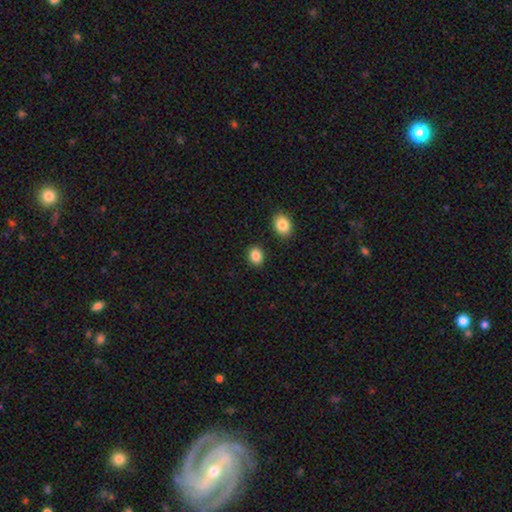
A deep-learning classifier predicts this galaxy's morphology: smooth-or-featured: smooth: 86% | star or artifact: 9% | featured or disk: 4%
  how-rounded: in between: 55% | round: 44% | cigar-shaped: 1%
  merging: none: 87% | minor disturbance: 8% | merger: 3% | major disturbance: 2%